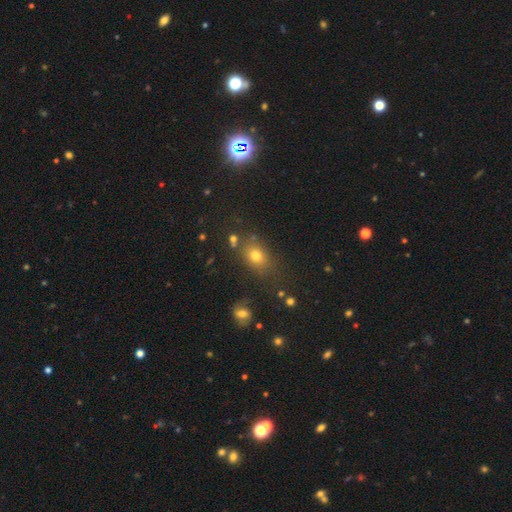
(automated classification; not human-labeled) The model was most divided on "how rounded": in between: 58%, round: 40%, cigar-shaped: 2%. More confident: merging — none (72%); smooth or featured — smooth (68%).